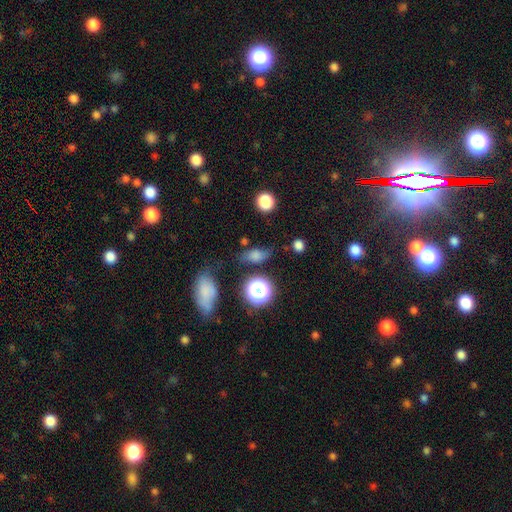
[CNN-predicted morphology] Smooth or featured?
  - smooth: 58% *
  - star or artifact: 26%
  - featured or disk: 16%
How rounded?
  - in between: 58% *
  - round: 28%
  - cigar-shaped: 13%
Merging?
  - none: 71% *
  - minor disturbance: 17%
  - major disturbance: 7%
  - merger: 5%